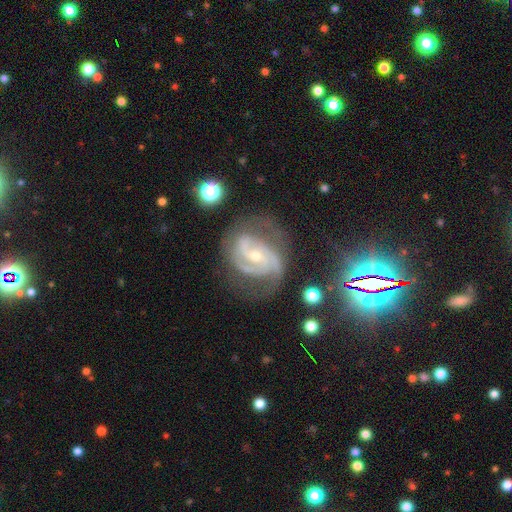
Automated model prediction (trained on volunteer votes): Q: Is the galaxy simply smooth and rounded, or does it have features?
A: featured or disk — 89%.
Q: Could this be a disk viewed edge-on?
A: no — 98%.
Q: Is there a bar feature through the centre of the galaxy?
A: no — 44%.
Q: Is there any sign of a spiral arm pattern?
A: yes — 97%.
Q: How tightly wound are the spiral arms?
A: medium — 49%.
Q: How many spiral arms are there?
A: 2 — 45%.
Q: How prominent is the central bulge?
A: small — 61%.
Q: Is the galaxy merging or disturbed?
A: none — 59%.